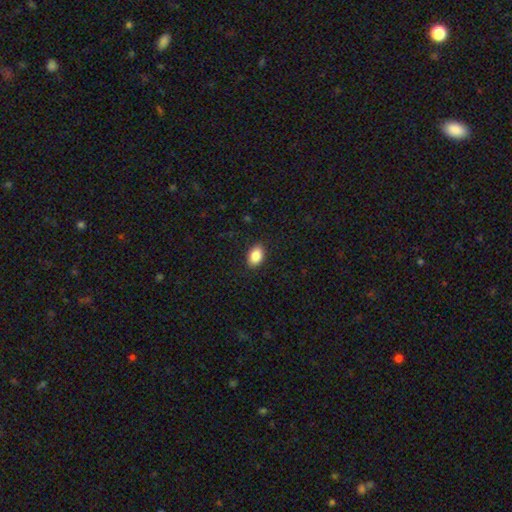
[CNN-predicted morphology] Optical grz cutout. It shows a smooth galaxy with no disk features (87%) that is in between round and cigar-shaped (86%). Merging: none (89%).